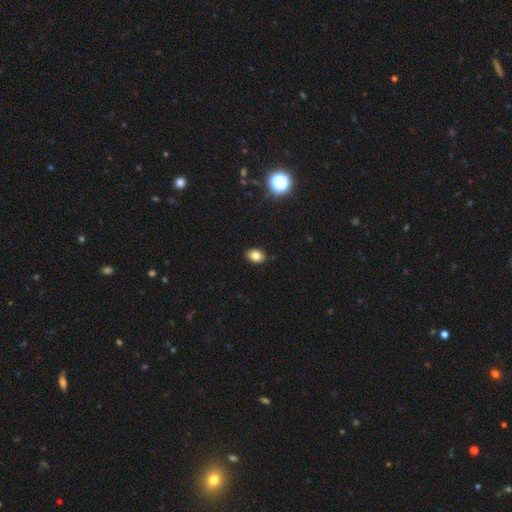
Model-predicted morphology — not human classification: A smooth galaxy with no disk features (81%) that is in between round and cigar-shaped (73%).

Vote fractions:
- Smooth or featured? smooth: 81% / star or artifact: 12% / featured or disk: 8%
- How rounded? in between: 73% / round: 26% / cigar-shaped: 1%
- Merging? none: 89% / minor disturbance: 8% / major disturbance: 2% / merger: 1%